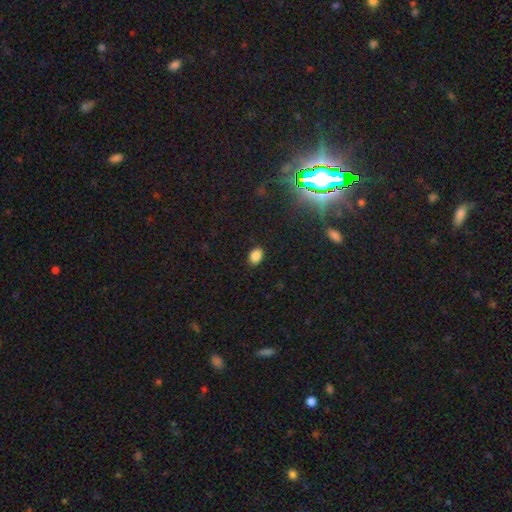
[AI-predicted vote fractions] Smooth or featured?
  - smooth: 86% *
  - star or artifact: 11%
  - featured or disk: 4%
How rounded?
  - in between: 73% *
  - round: 26%
  - cigar-shaped: 1%
Merging?
  - none: 88% *
  - minor disturbance: 9%
  - major disturbance: 2%
  - merger: 1%